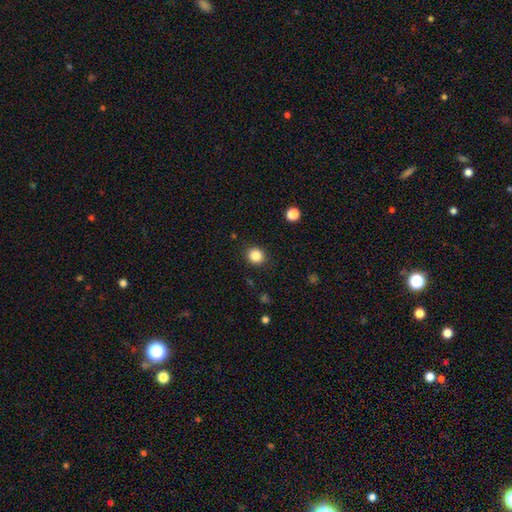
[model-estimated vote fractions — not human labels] Smooth or featured? Predicted: smooth (p=0.84). How rounded? Predicted: round (p=0.87). Merging? Predicted: none (p=0.90).